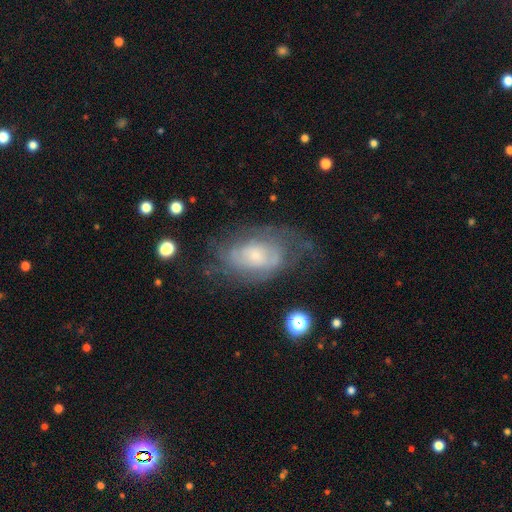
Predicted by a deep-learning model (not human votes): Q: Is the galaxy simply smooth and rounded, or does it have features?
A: featured or disk — 67%.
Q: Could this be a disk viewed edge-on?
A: no — 95%.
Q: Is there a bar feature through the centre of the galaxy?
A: no — 70%.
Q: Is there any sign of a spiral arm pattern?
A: yes — 71%.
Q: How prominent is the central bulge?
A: small — 57%.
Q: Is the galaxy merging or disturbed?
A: none — 51%.